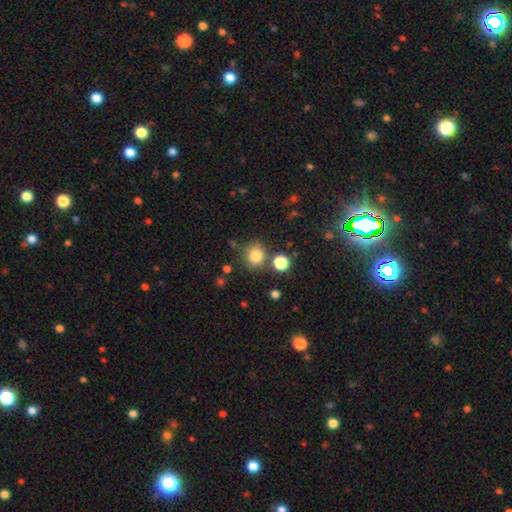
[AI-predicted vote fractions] A smooth galaxy with no disk features (81%) that is round (85%). Merging: none (74%).